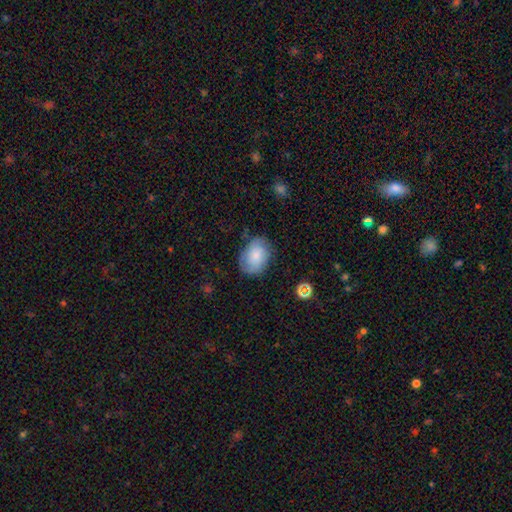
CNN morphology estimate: type=smooth (66%); roundness=in between (75%); merging=none (72%).